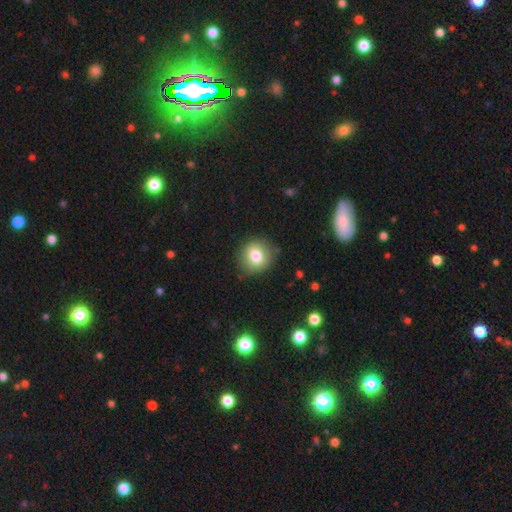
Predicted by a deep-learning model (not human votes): Smooth or featured? Predicted: smooth (p=0.79). How rounded? Predicted: round (p=0.84). Merging? Predicted: none (p=0.84).